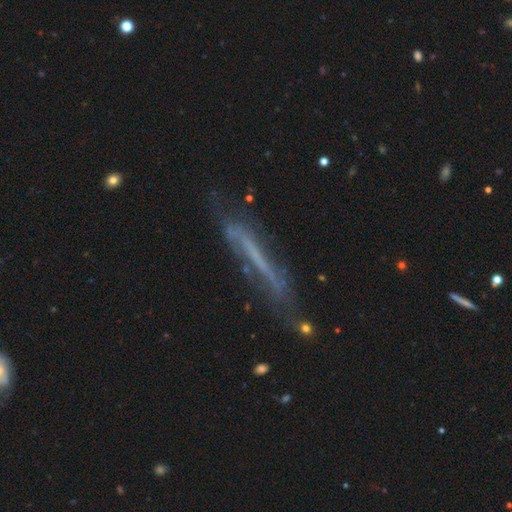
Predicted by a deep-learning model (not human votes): Smooth or featured? featured or disk (57%)
Edge-on disk? yes (75%)
Merging? none (61%)